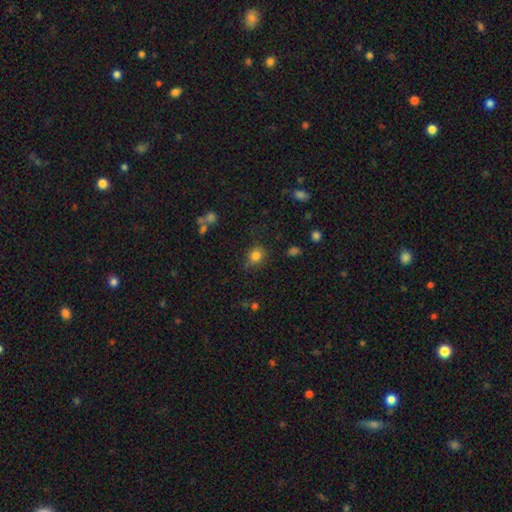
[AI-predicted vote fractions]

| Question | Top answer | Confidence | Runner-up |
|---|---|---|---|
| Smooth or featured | smooth | 82% | star or artifact (12%) |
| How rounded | round | 70% | in between (29%) |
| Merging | none | 77% | minor disturbance (16%) |